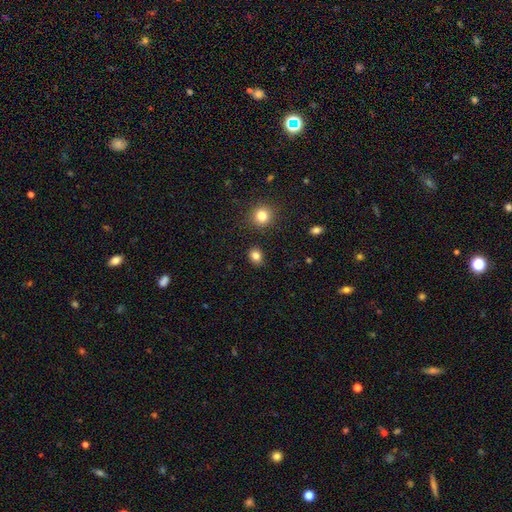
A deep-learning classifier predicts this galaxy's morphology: This appears to be a smooth galaxy with no disk features (82%) that is round (52%). Merging: none (87%).